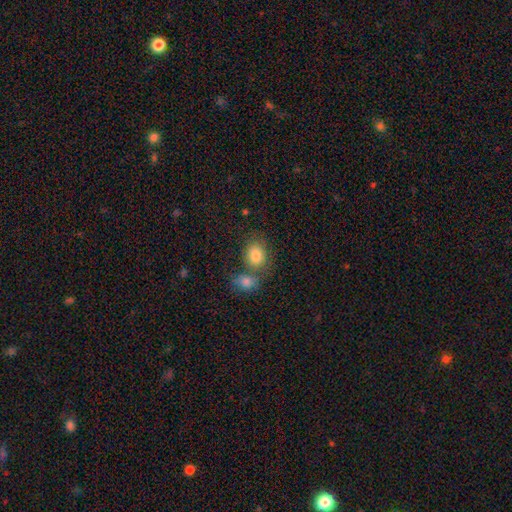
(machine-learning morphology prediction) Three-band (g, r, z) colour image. It shows a smooth galaxy with no disk features (83%) that is in between round and cigar-shaped (53%). Merging: none (52%).